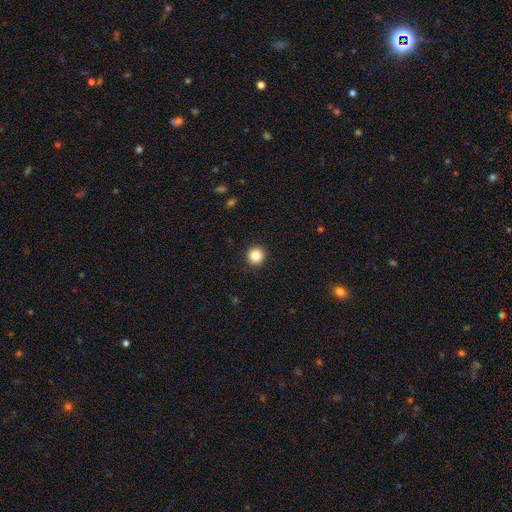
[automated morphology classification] A smooth galaxy with no disk features (85%) that is round (95%). Merging: none (93%).